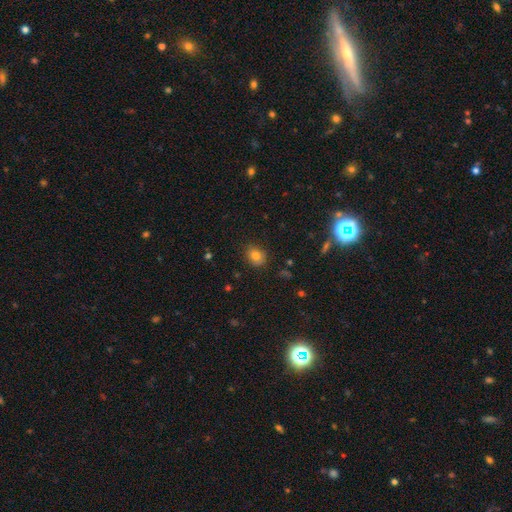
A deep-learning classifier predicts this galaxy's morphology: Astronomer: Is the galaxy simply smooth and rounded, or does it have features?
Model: smooth — 80%.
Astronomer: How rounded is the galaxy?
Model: round — 53% (runner-up: in between, 46%).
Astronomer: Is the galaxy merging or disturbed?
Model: none — 81%.